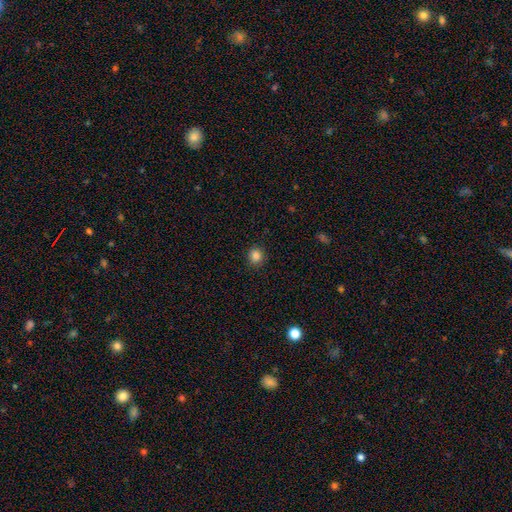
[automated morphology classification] The model was most divided on "how rounded": round: 86%, in between: 13%, cigar-shaped: 1%. More confident: merging — none (91%); smooth or featured — smooth (85%).